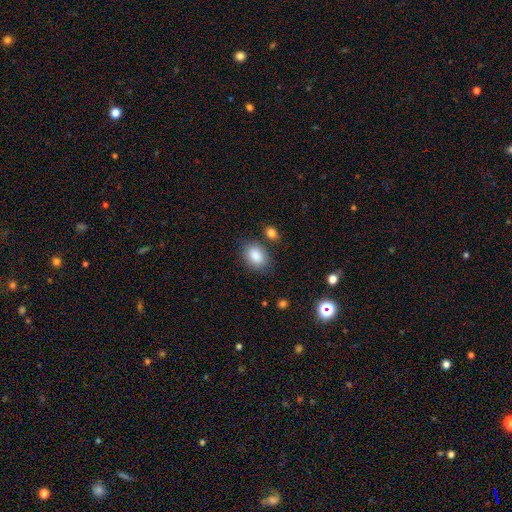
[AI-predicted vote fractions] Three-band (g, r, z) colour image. It shows a smooth galaxy with no disk features (87%) that is in between round and cigar-shaped (79%). Merging: none (76%).